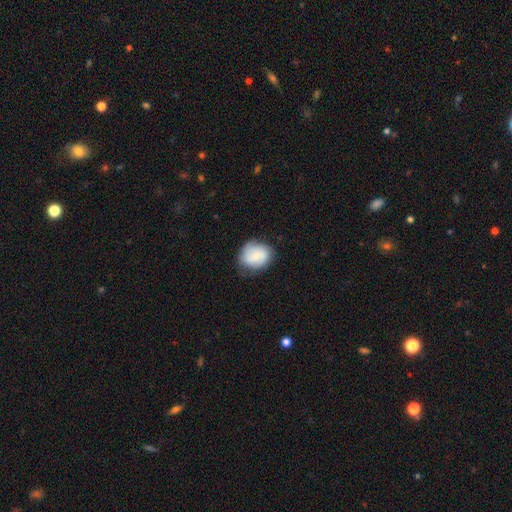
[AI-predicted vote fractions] Overall: smooth (64%; featured or disk 29%). How rounded: round (57%; in between 42%). Merging: none (67%).